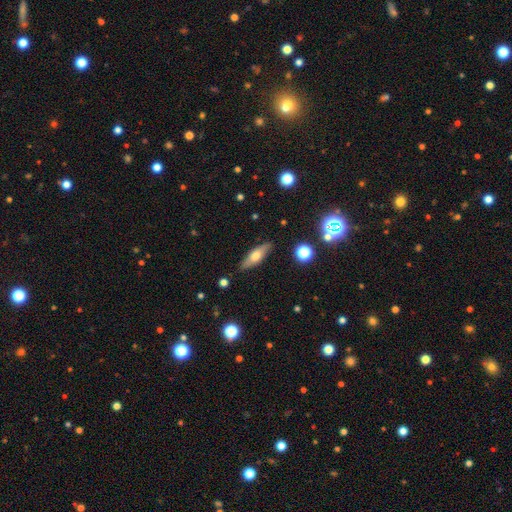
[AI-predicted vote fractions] This is possibly a smooth galaxy (53%). How rounded: possibly in between (49%). Merging: clearly none (86%).